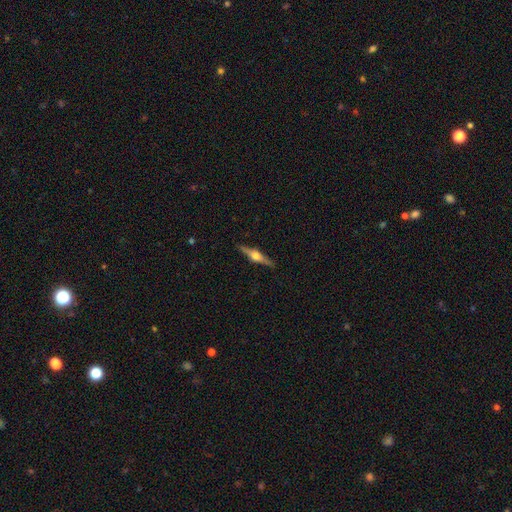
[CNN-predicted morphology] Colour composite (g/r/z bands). It shows a featured or disk galaxy (79%) viewed edge-on (98%) with a rounded central bulge (94%). Merging: none (90%).